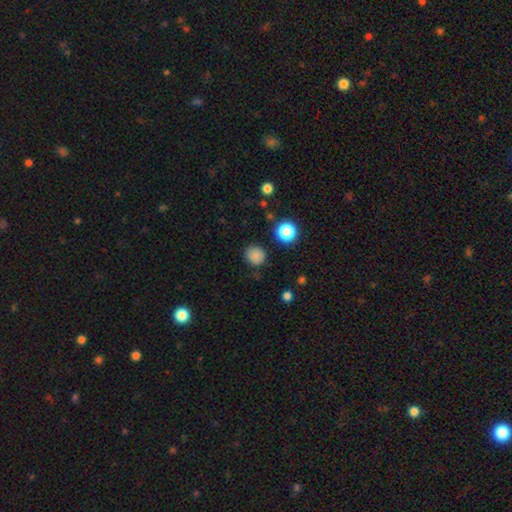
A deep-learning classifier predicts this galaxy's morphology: smooth-or-featured: smooth: 83% | star or artifact: 13% | featured or disk: 4%
  how-rounded: round: 87% | in between: 12% | cigar-shaped: 1%
  merging: none: 84% | minor disturbance: 11% | major disturbance: 3% | merger: 2%